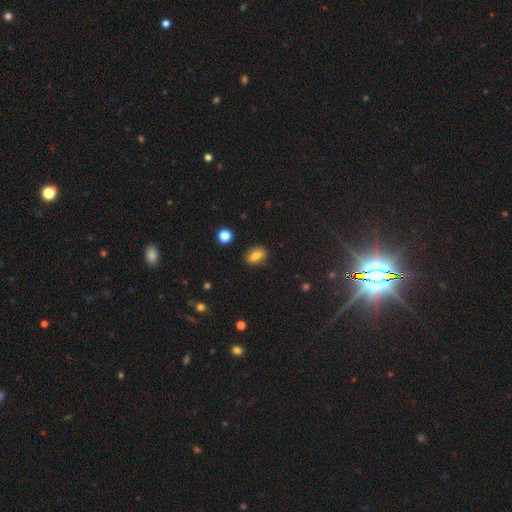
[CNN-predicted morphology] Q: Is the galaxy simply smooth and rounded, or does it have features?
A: smooth — 75%.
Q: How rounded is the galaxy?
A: in between — 79%.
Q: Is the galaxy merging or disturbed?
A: none — 85%.